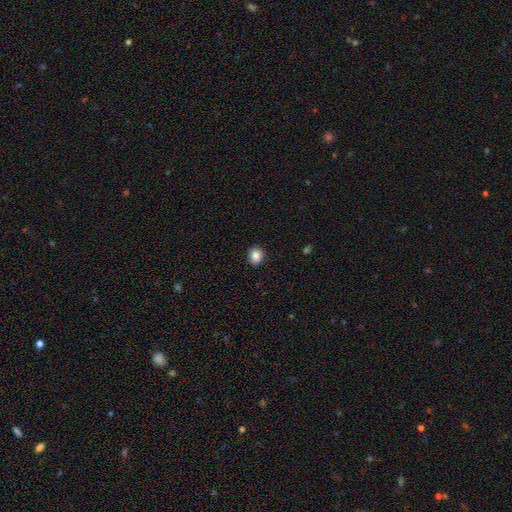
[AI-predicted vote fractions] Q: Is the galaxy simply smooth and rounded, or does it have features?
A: smooth — 87%.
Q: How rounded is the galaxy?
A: round — 67%.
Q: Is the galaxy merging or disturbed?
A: none — 90%.